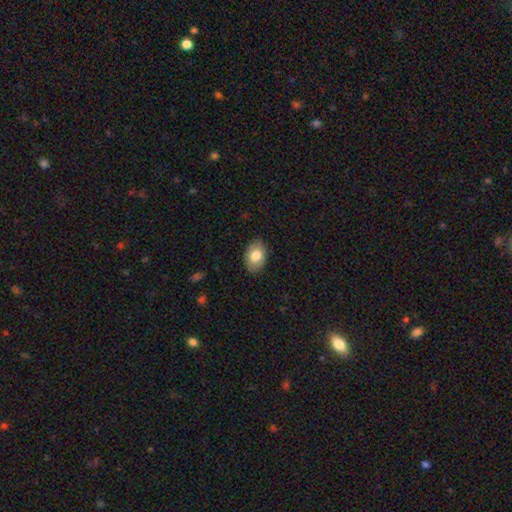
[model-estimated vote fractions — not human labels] Smooth or featured? Predicted: smooth (p=0.79). How rounded? Predicted: in between (p=0.87). Merging? Predicted: none (p=0.87).